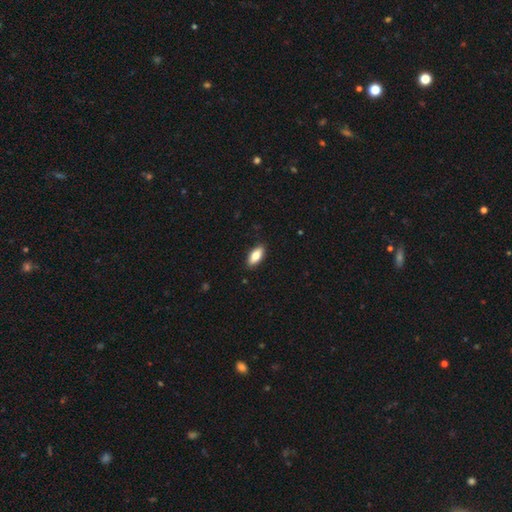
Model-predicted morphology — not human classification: Smooth or featured? smooth (82%)
How rounded? in between (84%)
Merging? none (89%)